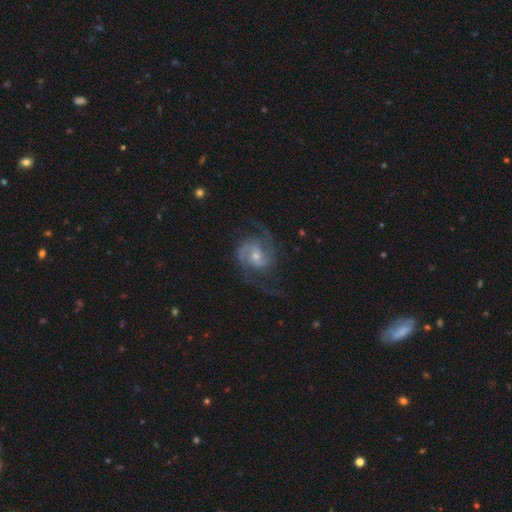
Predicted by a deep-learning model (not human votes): The model was most divided on "bar": no: 57%, weak: 36%, strong: 8%. More confident: edge-on disk — no (98%); spiral arms — yes (97%); smooth or featured — featured or disk (89%); spiral arm count — 2 (77%); merging — none (67%); bulge size — small (60%); spiral winding — medium (55%).